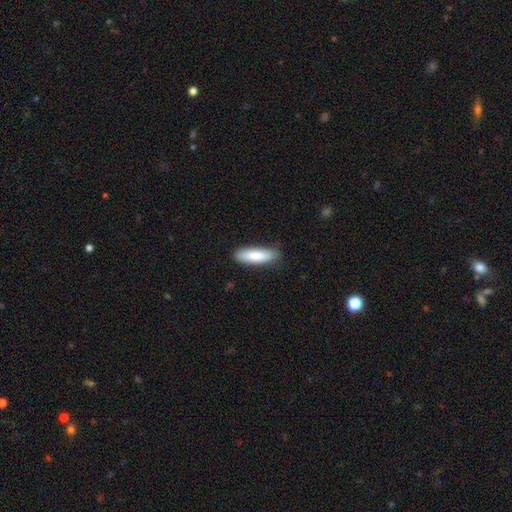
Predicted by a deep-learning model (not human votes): This appears to be a smooth galaxy with no disk features (84%) that is cigar-shaped (56%). Merging: none (82%).